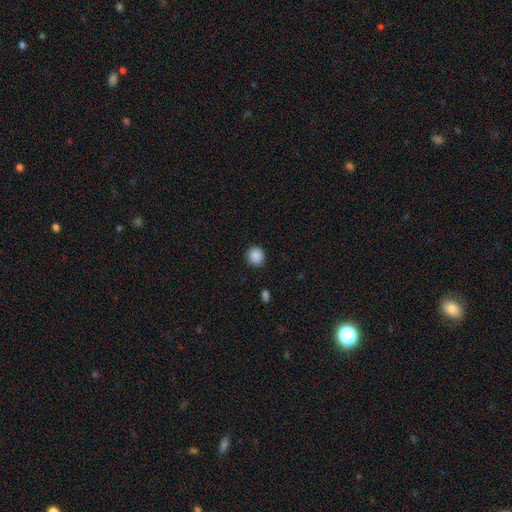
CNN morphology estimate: A smooth galaxy with no disk features (88%) that is round (88%). Merging: none (88%).